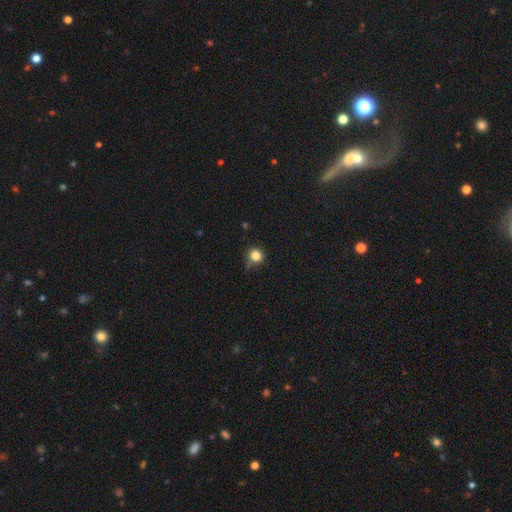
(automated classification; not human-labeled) Smooth or featured? smooth (82%)
How rounded? round (88%)
Merging? none (66%)